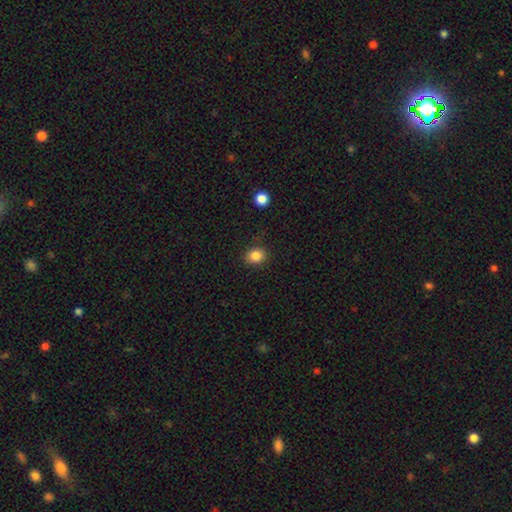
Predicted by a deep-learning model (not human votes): Smooth or featured: smooth — 84% (star or artifact — 11%)
How rounded: round — 68% (in between — 31%)
Merging: none — 87% (minor disturbance — 9%)